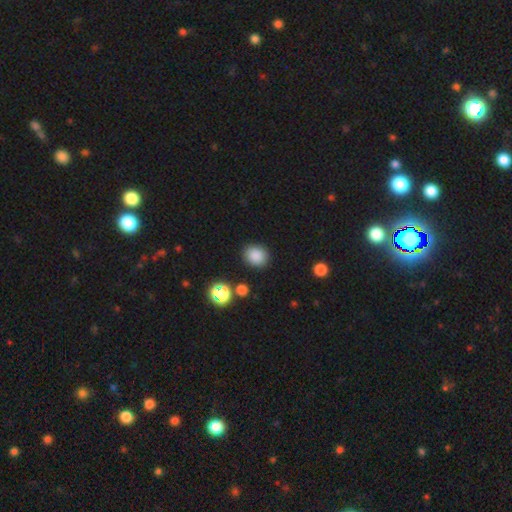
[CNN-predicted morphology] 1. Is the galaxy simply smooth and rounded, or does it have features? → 85% smooth, 11% star or artifact, 4% featured or disk.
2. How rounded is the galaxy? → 63% round, 36% in between, 1% cigar-shaped.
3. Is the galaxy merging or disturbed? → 87% none, 8% minor disturbance, 3% major disturbance, 2% merger.